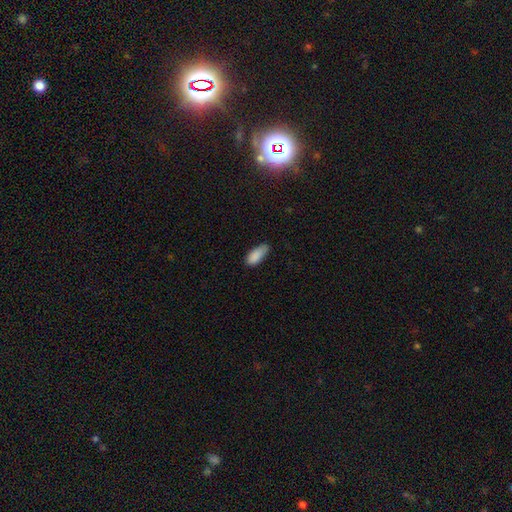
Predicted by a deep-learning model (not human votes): Smooth or featured?
  - smooth: 88% *
  - star or artifact: 7%
  - featured or disk: 5%
How rounded?
  - in between: 83% *
  - cigar-shaped: 15%
  - round: 2%
Merging?
  - none: 59% *
  - minor disturbance: 34%
  - major disturbance: 5%
  - merger: 2%